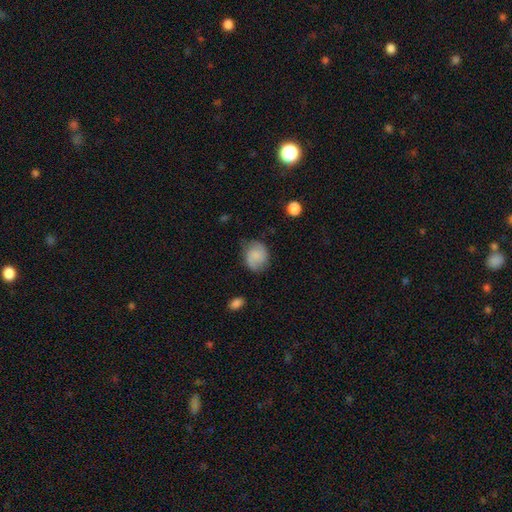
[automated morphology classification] This appears to be a smooth galaxy with no disk features (69%) that is round (63%). Merging: none (65%).